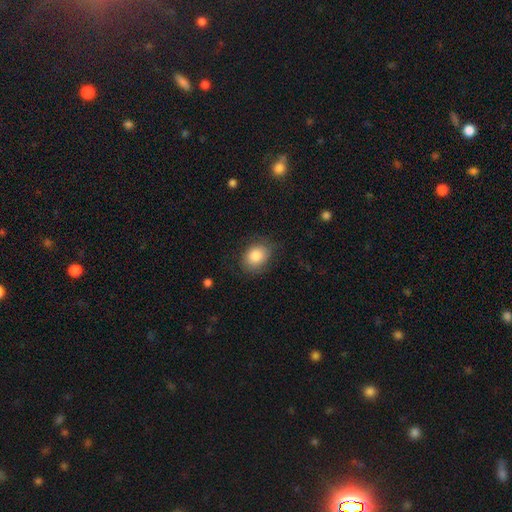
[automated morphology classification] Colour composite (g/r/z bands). It shows a smooth galaxy with no disk features (83%) that is in between round and cigar-shaped (55%). Merging: none (75%).